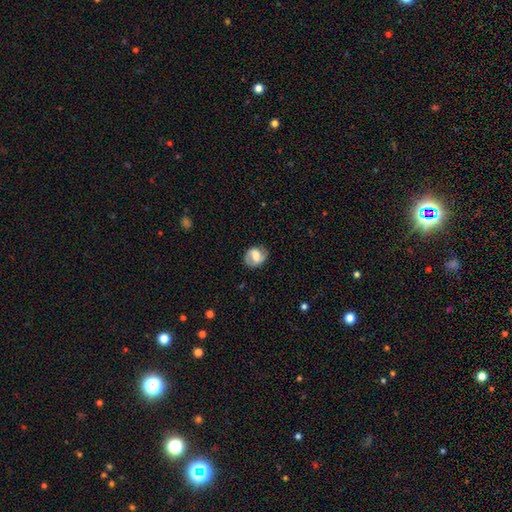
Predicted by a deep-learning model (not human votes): This is possibly a featured or disk galaxy (57%). It is clearly not viewed edge-on (96%). Bar: possibly weak (45%). Spiral arm pattern: likely yes (79%). Central bulge: possibly moderate (46%). Merging: likely none (77%).